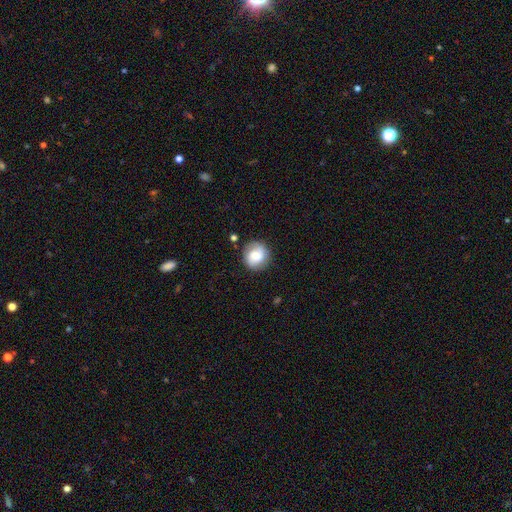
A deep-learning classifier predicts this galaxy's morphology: A smooth galaxy with no disk features (53%) that is round (89%).

Vote fractions:
- Smooth or featured? smooth: 53% / featured or disk: 39% / star or artifact: 8%
- How rounded? round: 89% / in between: 10% / cigar-shaped: 1%
- Merging? none: 80% / minor disturbance: 13% / major disturbance: 4% / merger: 2%